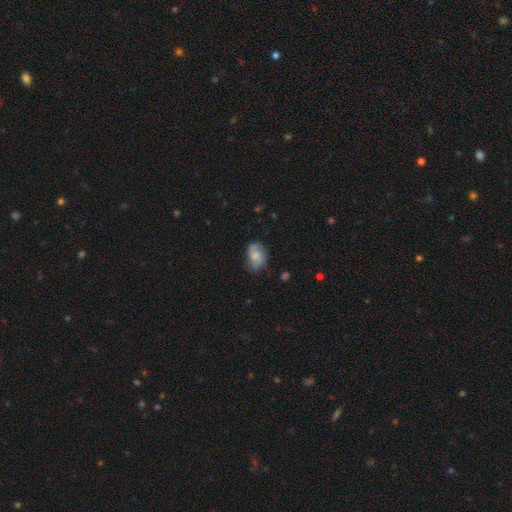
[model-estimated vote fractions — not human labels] Smooth or featured? smooth (61%)
How rounded? in between (79%)
Merging? none (65%)